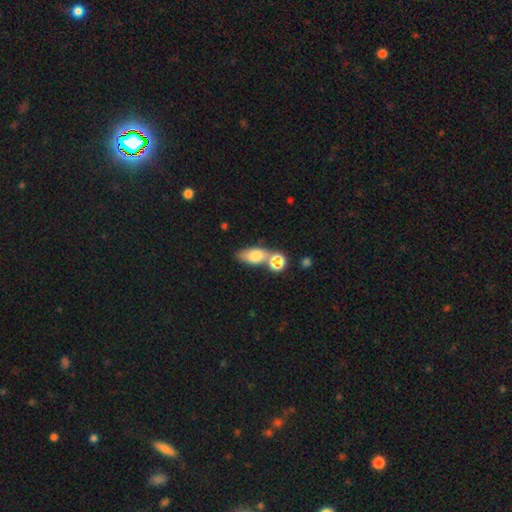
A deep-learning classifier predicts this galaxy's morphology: Smooth or featured? Predicted: smooth (p=0.76). How rounded? Predicted: in between (p=0.81). Merging? Predicted: none (p=0.46).